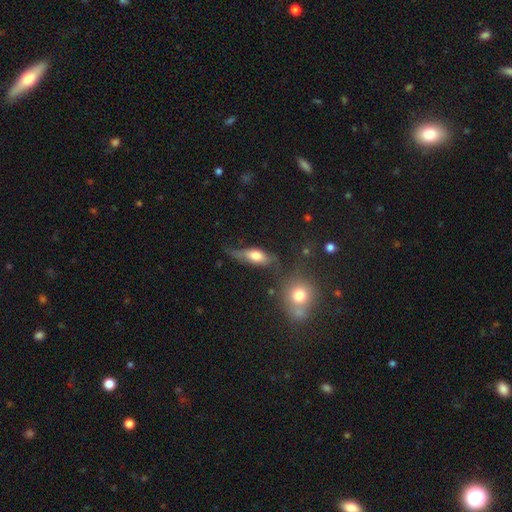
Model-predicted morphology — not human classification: Overall: smooth (61%; featured or disk 30%). How rounded: in between (68%). Merging: none (41%; minor disturbance 31%).